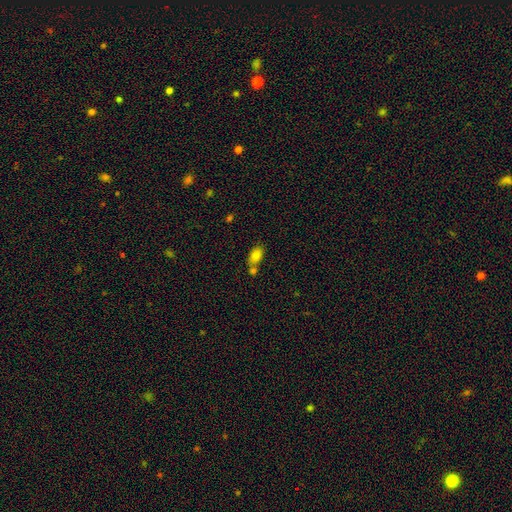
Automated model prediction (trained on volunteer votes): A smooth galaxy with no disk features (79%) that is in between round and cigar-shaped (86%).

Vote fractions:
- Smooth or featured? smooth: 79% / featured or disk: 11% / star or artifact: 10%
- How rounded? in between: 86% / round: 11% / cigar-shaped: 3%
- Merging? none: 48% / merger: 36% / minor disturbance: 12% / major disturbance: 4%